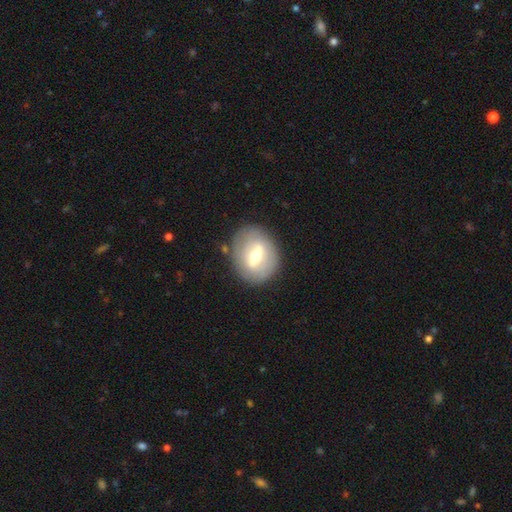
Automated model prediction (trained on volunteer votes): Smooth or featured?
  - featured or disk: 56% *
  - smooth: 37%
  - star or artifact: 7%
Edge-on disk?
  - no: 88% *
  - yes: 12%
Merging?
  - none: 80% *
  - minor disturbance: 13%
  - major disturbance: 5%
  - merger: 2%